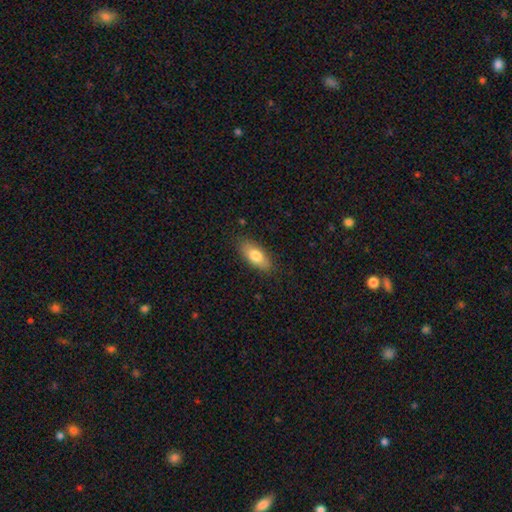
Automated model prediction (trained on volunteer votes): This appears to be a smooth galaxy with no disk features (78%) that is in between round and cigar-shaped (82%). Merging: none (85%).